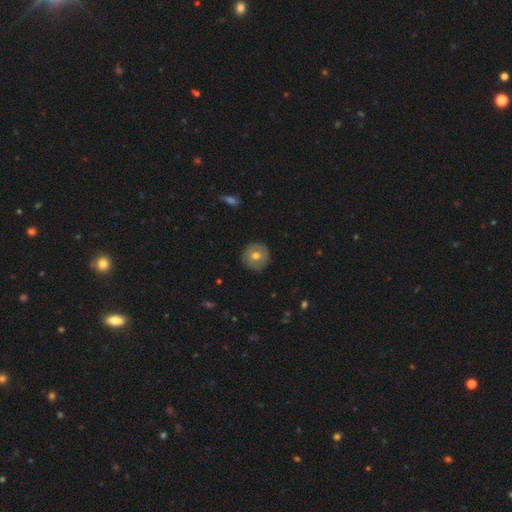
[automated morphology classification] Smooth or featured?
  - smooth: 61% *
  - featured or disk: 31%
  - star or artifact: 8%
How rounded?
  - round: 94% *
  - in between: 5%
  - cigar-shaped: 1%
Merging?
  - none: 88% *
  - minor disturbance: 9%
  - major disturbance: 2%
  - merger: 1%